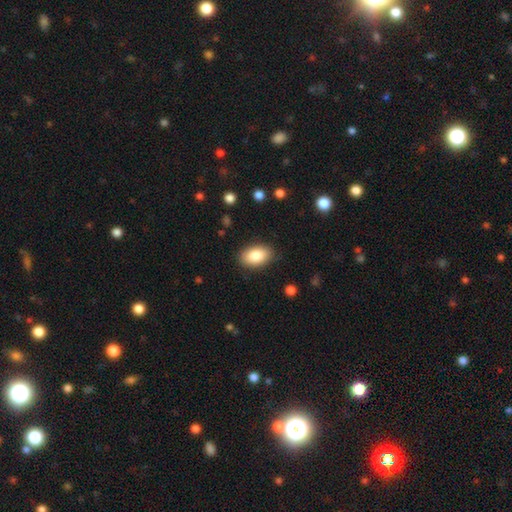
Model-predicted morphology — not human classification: Overall: smooth (85%). How rounded: in between (90%). Merging: none (87%).